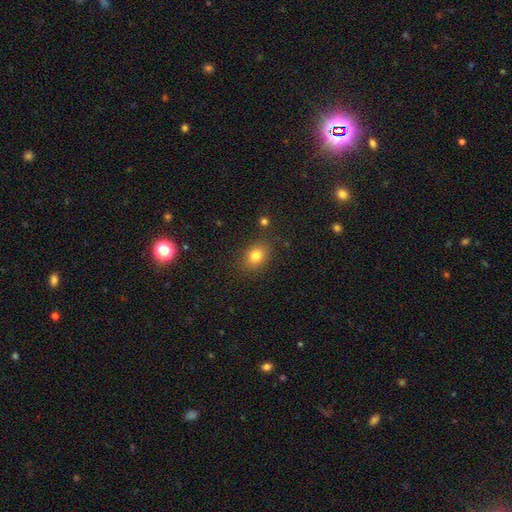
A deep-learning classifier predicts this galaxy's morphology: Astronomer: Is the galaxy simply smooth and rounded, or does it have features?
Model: smooth — 81%.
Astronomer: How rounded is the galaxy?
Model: in between — 52% (runner-up: round, 47%).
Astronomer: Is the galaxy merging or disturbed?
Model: none — 82%.